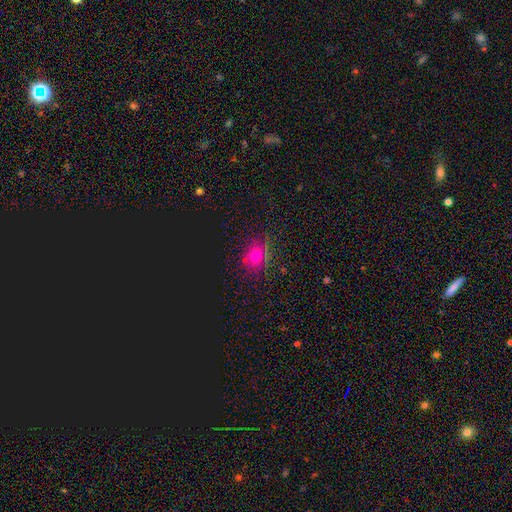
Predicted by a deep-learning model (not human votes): This is possibly a smooth galaxy (51%). How rounded: clearly round (81%). Merging: clearly none (84%).